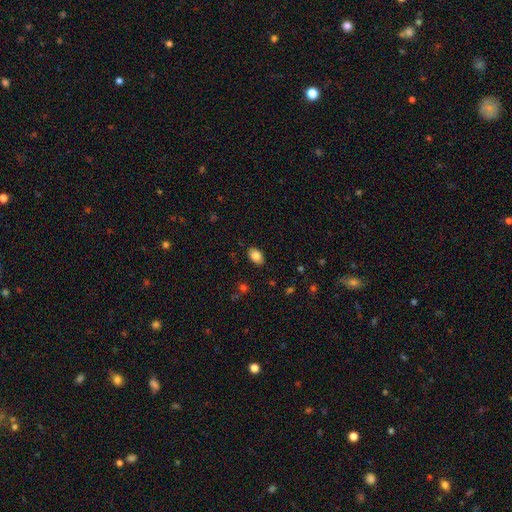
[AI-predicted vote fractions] Smooth or featured: smooth — 83% (featured or disk — 9%)
How rounded: in between — 89% (round — 9%)
Merging: none — 86% (minor disturbance — 10%)